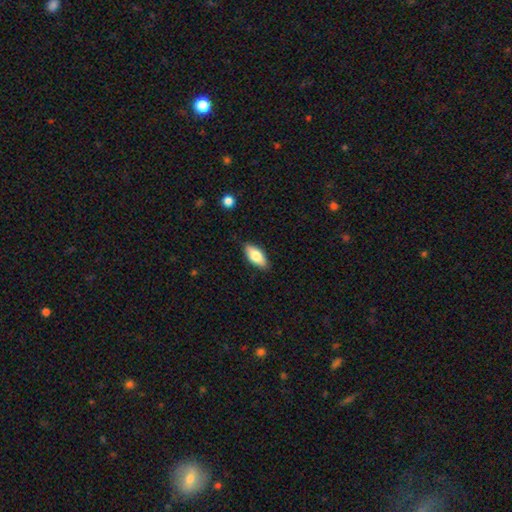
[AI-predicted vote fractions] smooth 77%, featured or disk 17%, star or artifact 6%. Down the decision tree: how rounded — in between (85%); merging — none (86%).